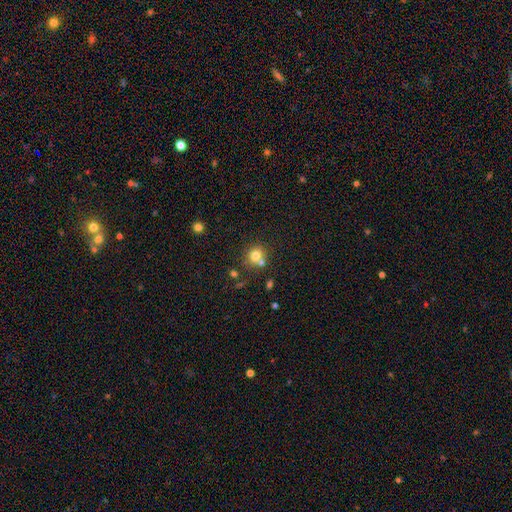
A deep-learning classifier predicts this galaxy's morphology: smooth 77%, star or artifact 13%, featured or disk 11%. Down the decision tree: how rounded — round (84%); merging — none (63%).